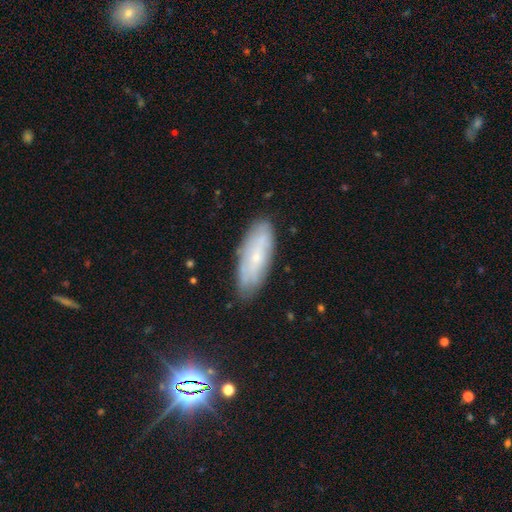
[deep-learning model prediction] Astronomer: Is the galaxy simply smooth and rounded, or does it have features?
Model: featured or disk — 49% (runner-up: smooth, 43%).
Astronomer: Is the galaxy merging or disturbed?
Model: none — 79%.